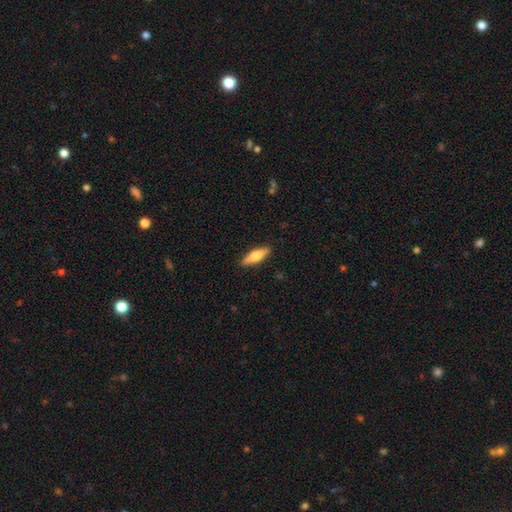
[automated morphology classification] smooth 55%, featured or disk 39%, star or artifact 6%. Down the decision tree: how rounded — cigar-shaped (55%); merging — none (89%).